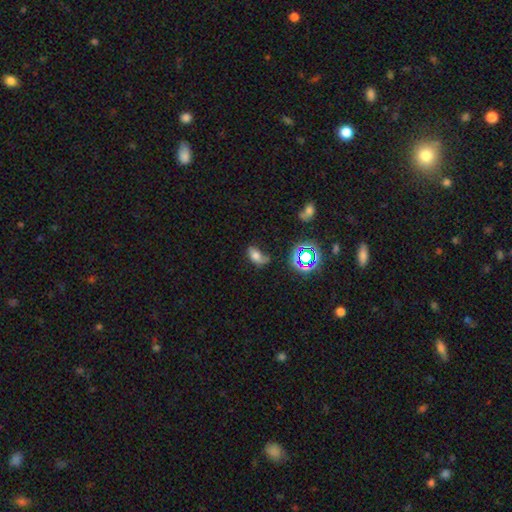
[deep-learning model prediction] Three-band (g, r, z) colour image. It shows a smooth galaxy with no disk features (63%) that is in between round and cigar-shaped (87%). Merging: none (39%).